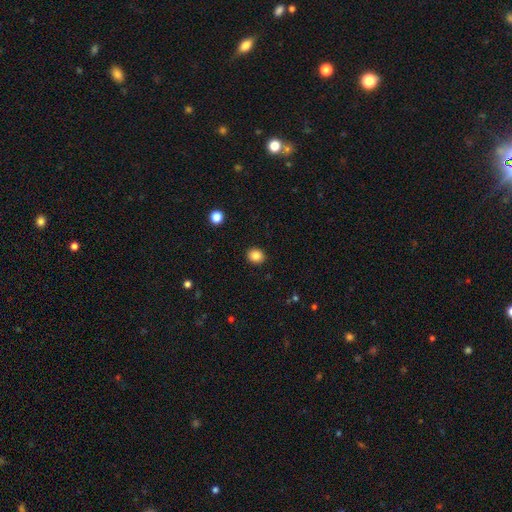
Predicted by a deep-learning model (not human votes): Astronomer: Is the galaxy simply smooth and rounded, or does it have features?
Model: smooth — 85%.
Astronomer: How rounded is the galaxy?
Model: round — 72%.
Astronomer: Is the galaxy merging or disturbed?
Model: none — 92%.